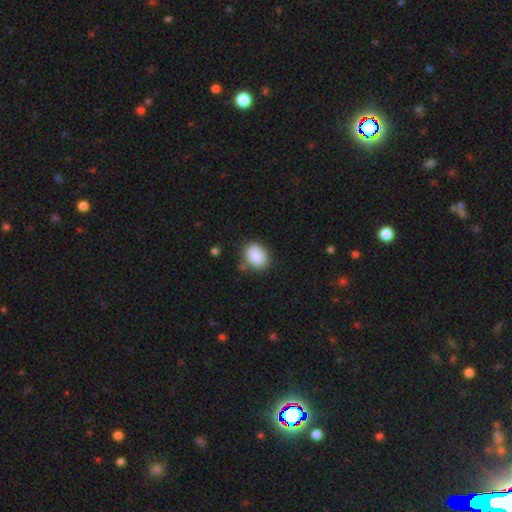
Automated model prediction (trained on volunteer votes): Smooth or featured? Predicted: smooth (p=0.88). How rounded? Predicted: in between (p=0.68). Merging? Predicted: none (p=0.74).